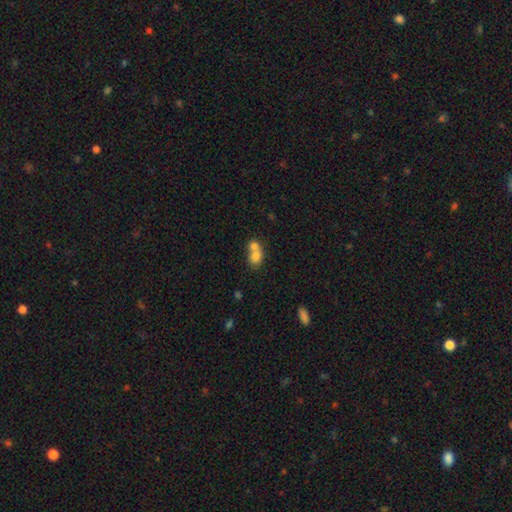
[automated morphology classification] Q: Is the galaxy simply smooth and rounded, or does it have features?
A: smooth — 75%.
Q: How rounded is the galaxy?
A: round — 56%.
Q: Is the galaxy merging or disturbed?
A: merger — 69%.